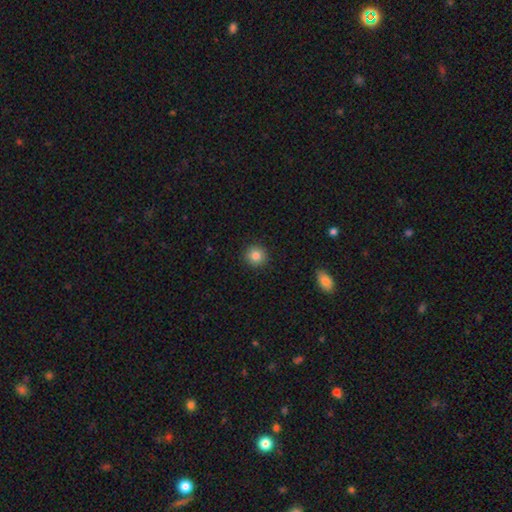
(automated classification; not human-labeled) The model was most divided on "smooth or featured": smooth: 84%, star or artifact: 10%, featured or disk: 6%. More confident: how rounded — round (93%); merging — none (92%).